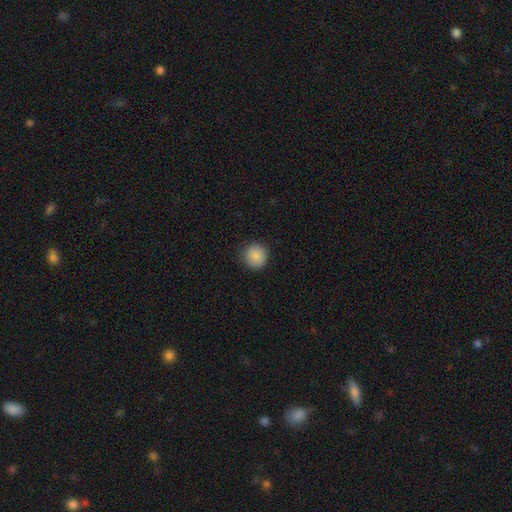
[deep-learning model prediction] This is clearly a smooth galaxy (87%). How rounded: clearly round (92%). Merging: clearly none (88%).